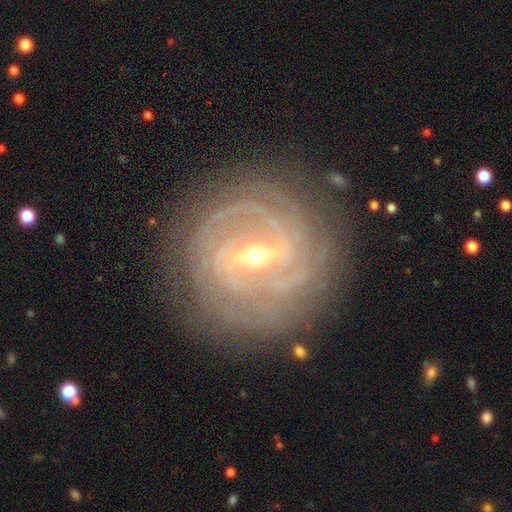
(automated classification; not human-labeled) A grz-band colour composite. It shows a featured or disk galaxy (91%) with a strong bar (46%), 4 (25%) tight (82%) spiral arms (98%) and a moderate central bulge (50%). Merging: none (82%).